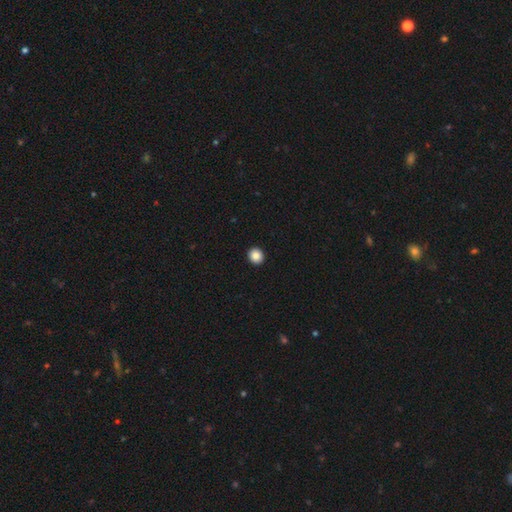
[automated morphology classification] A smooth galaxy with no disk features (86%) that is round (87%).

Vote fractions:
- Smooth or featured? smooth: 86% / star or artifact: 10% / featured or disk: 4%
- How rounded? round: 87% / in between: 12% / cigar-shaped: 1%
- Merging? none: 94% / minor disturbance: 4% / major disturbance: 1% / merger: 1%